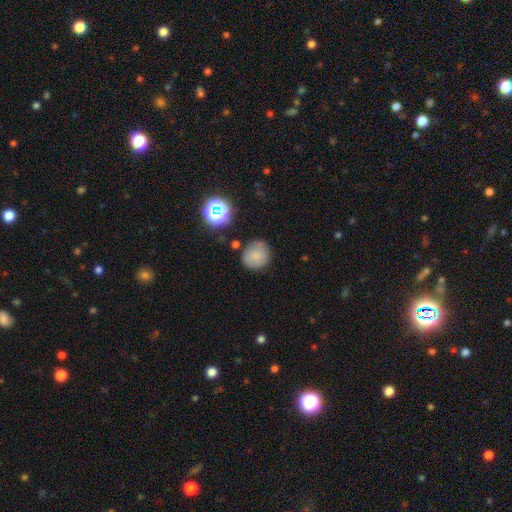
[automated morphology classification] Smooth or featured? smooth (78%)
How rounded? round (87%)
Merging? none (78%)